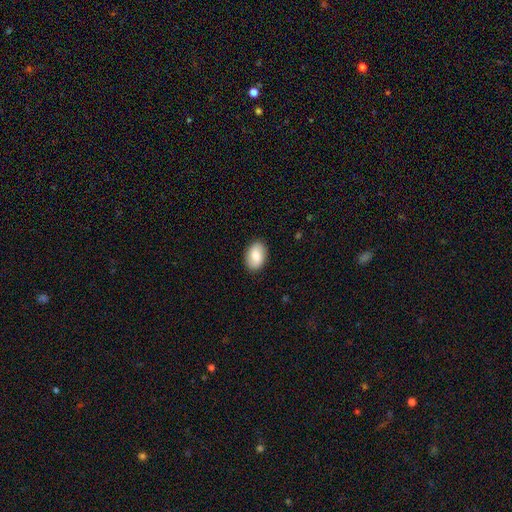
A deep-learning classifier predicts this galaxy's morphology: Q: Smooth or featured?
A: smooth (78%); runner-up: featured or disk (16%)
Q: How rounded?
A: in between (87%); runner-up: round (12%)
Q: Merging?
A: none (88%); runner-up: minor disturbance (9%)